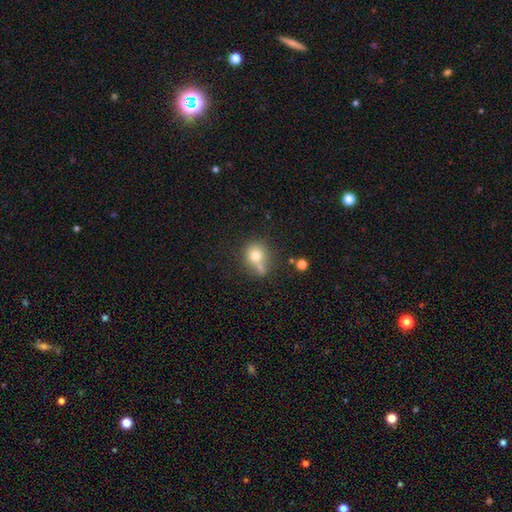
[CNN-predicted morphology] Smooth or featured? smooth (74%)
How rounded? round (80%)
Merging? none (50%)